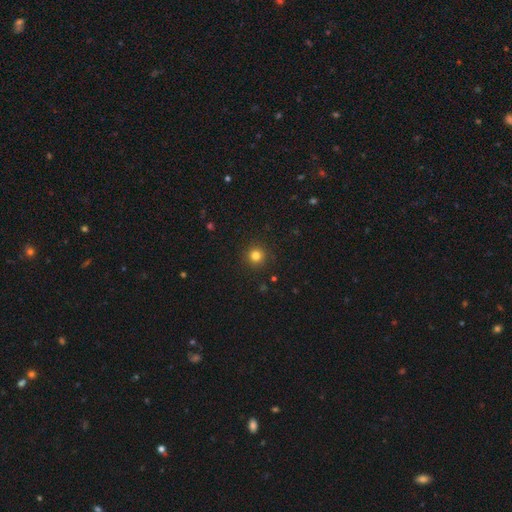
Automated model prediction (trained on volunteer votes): Smooth or featured? smooth (81%)
How rounded? round (95%)
Merging? none (91%)